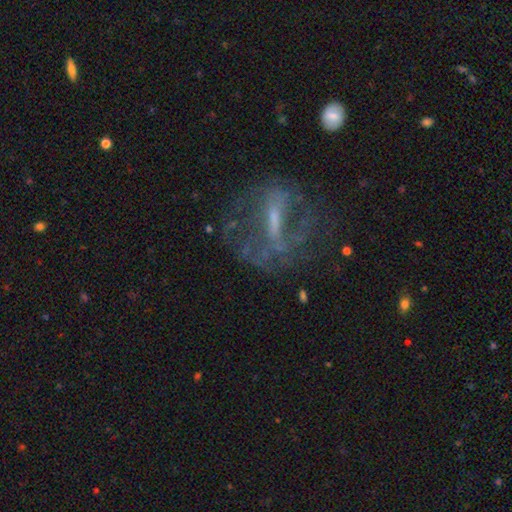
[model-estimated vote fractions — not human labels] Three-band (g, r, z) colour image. It shows a featured or disk galaxy (66%) with a strong bar (45%), no spiral arms (52%) and a small central bulge (44%). Merging: none (54%).